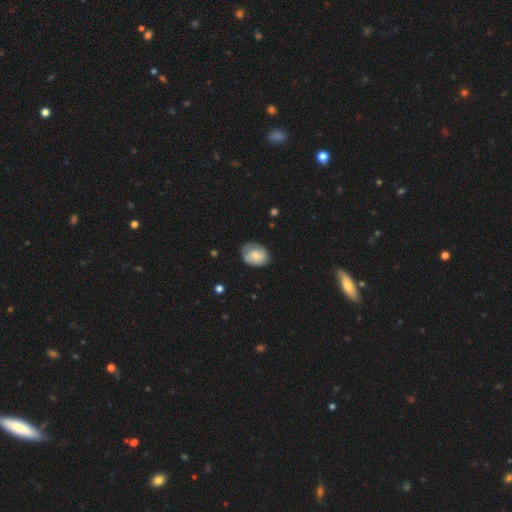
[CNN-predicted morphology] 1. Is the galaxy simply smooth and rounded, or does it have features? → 70% smooth, 23% featured or disk, 7% star or artifact.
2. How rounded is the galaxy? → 61% in between, 38% round, 1% cigar-shaped.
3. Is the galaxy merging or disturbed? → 66% none, 26% minor disturbance, 6% major disturbance, 1% merger.